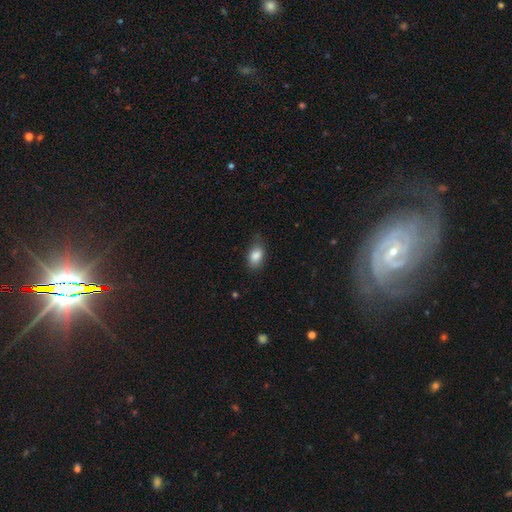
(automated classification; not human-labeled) Smooth or featured? Predicted: smooth (p=0.85). How rounded? Predicted: in between (p=0.87). Merging? Predicted: none (p=0.69).